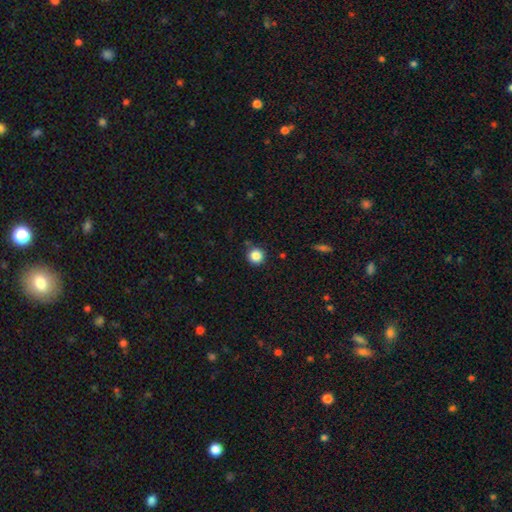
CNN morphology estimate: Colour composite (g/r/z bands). It shows a smooth galaxy with no disk features (86%) that is round (95%). Merging: none (87%).